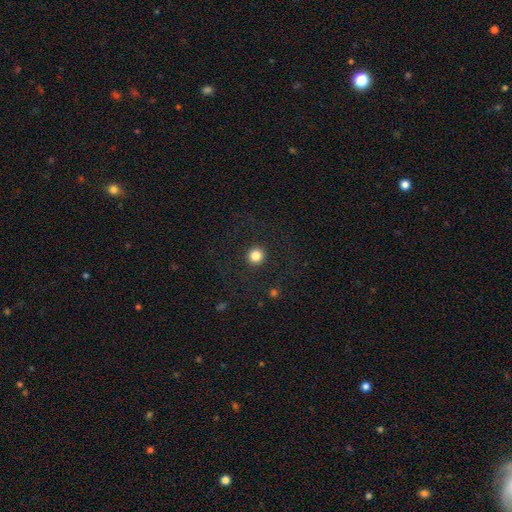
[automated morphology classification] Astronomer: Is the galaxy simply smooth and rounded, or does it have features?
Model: smooth — 84%.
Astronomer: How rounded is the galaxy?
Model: round — 93%.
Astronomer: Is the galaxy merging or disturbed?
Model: none — 92%.